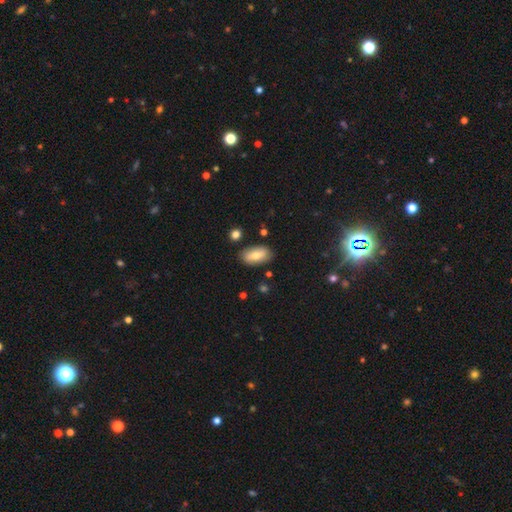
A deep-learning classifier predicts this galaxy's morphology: Smooth or featured? Predicted: smooth (p=0.75). How rounded? Predicted: in between (p=0.92). Merging? Predicted: none (p=0.83).